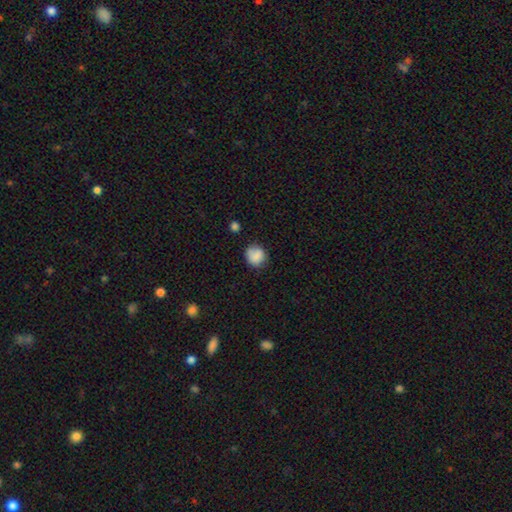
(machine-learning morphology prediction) Smooth or featured: smooth — 84% (star or artifact — 9%)
How rounded: round — 83% (in between — 17%)
Merging: none — 71% (minor disturbance — 20%)